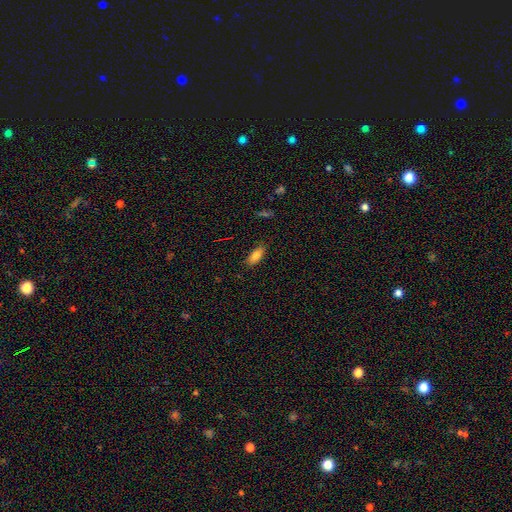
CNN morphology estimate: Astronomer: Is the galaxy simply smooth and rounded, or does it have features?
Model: smooth — 83%.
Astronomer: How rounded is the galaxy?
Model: in between — 84%.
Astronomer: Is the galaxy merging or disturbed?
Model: none — 84%.